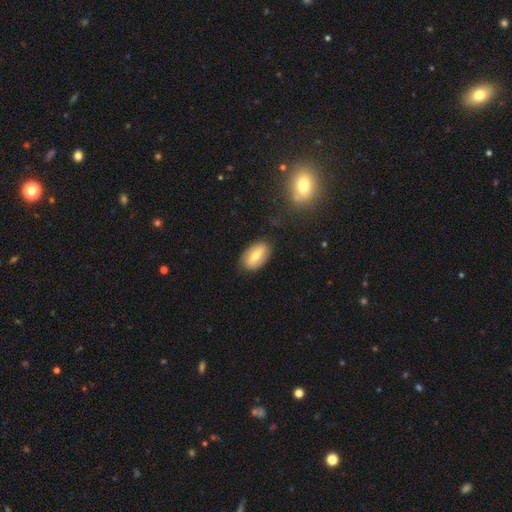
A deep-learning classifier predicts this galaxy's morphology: Smooth or featured? Predicted: smooth (p=0.58). How rounded? Predicted: in between (p=0.90). Merging? Predicted: none (p=0.84).